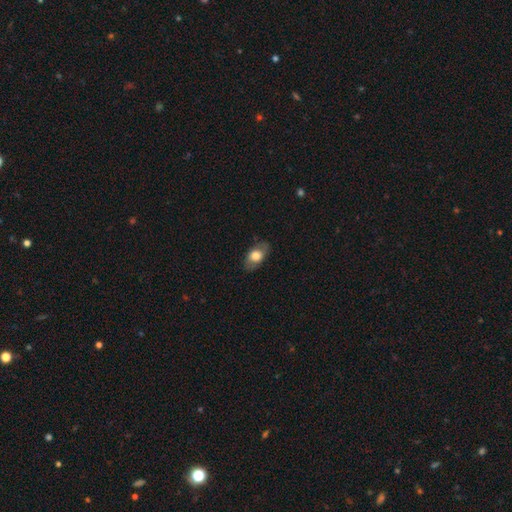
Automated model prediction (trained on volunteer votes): Overall: smooth (67%). How rounded: in between (87%). Merging: none (80%).